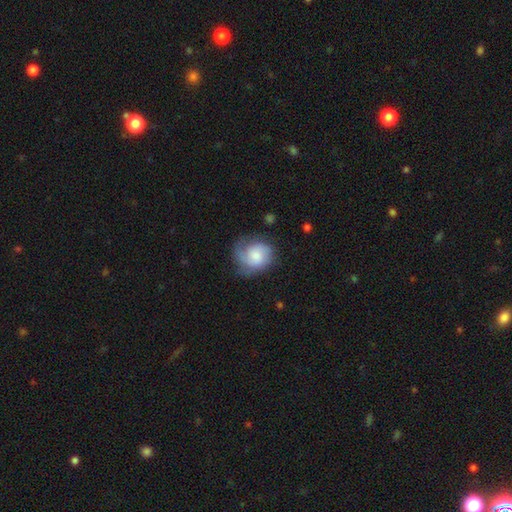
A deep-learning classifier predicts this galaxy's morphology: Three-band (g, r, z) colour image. It shows a featured or disk galaxy (53%) with no bar (69%), spiral arms (89%) and a moderate central bulge (39%). Merging: none (61%).